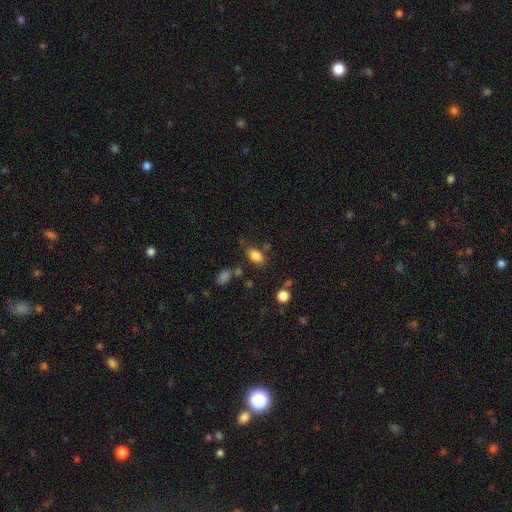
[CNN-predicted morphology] This is clearly a smooth galaxy (84%). How rounded: clearly in between (84%). Merging: likely none (74%).